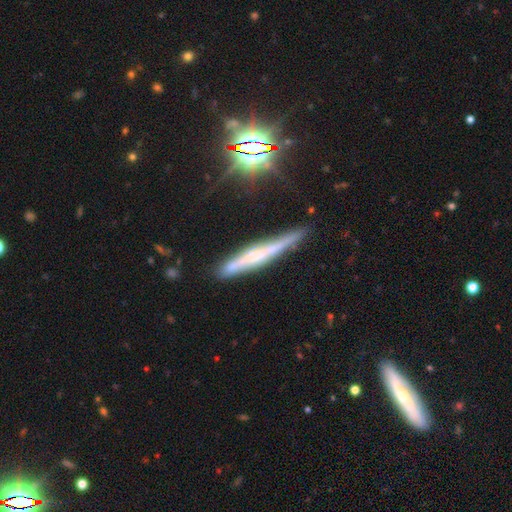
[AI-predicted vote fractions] A featured or disk galaxy (63%) viewed edge-on (90%) with no central bulge (43%). Merging: none (76%).